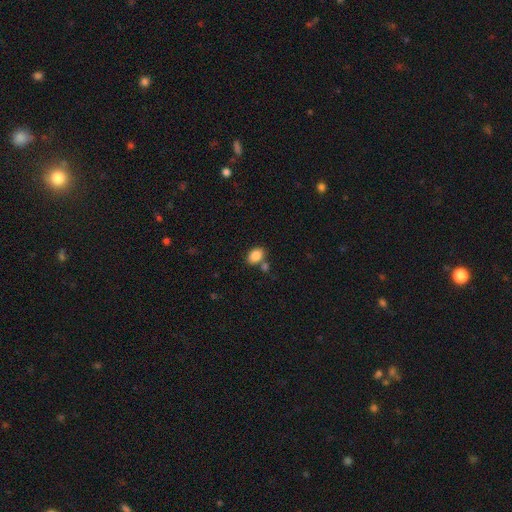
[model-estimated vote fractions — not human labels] Q: Smooth or featured?
A: smooth (86%); runner-up: star or artifact (9%)
Q: How rounded?
A: in between (81%); runner-up: round (18%)
Q: Merging?
A: none (66%); runner-up: merger (18%)